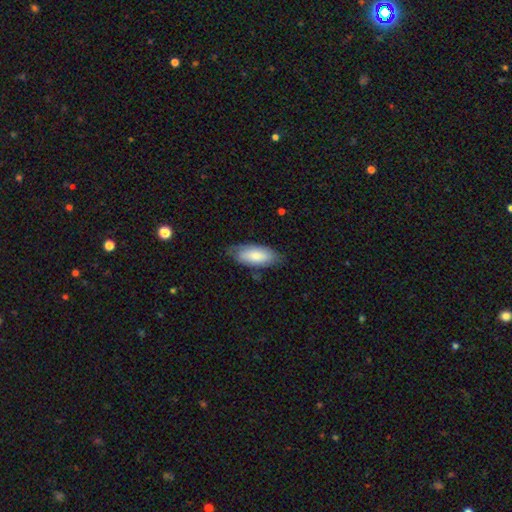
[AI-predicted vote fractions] The model was most divided on "merging": none: 68%, minor disturbance: 26%, major disturbance: 5%, merger: 1%. More confident: how rounded — in between (87%); smooth or featured — smooth (76%).